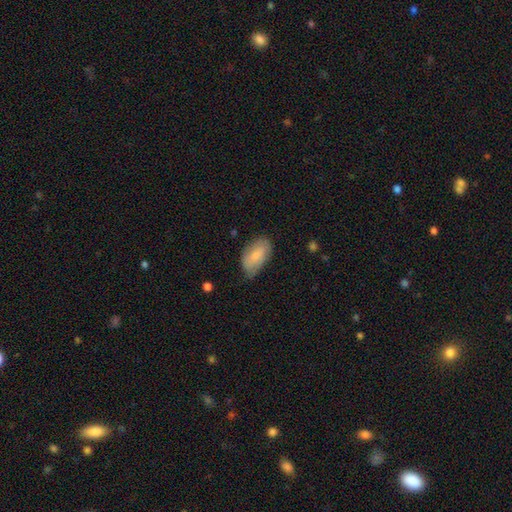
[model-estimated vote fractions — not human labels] A smooth galaxy with no disk features (76%) that is in between round and cigar-shaped (94%).

Vote fractions:
- Smooth or featured? smooth: 76% / featured or disk: 18% / star or artifact: 6%
- How rounded? in between: 94% / round: 3% / cigar-shaped: 3%
- Merging? none: 62% / minor disturbance: 30% / major disturbance: 6% / merger: 1%